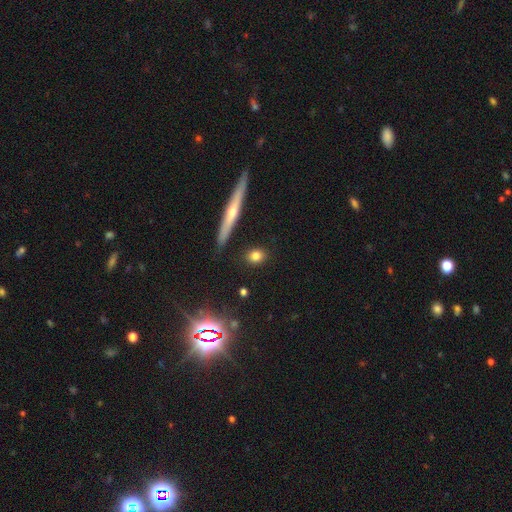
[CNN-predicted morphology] A smooth galaxy with no disk features (79%) that is round (54%).

Vote fractions:
- Smooth or featured? smooth: 79% / featured or disk: 12% / star or artifact: 9%
- How rounded? round: 54% / in between: 38% / cigar-shaped: 8%
- Merging? none: 88% / minor disturbance: 8% / major disturbance: 2% / merger: 2%